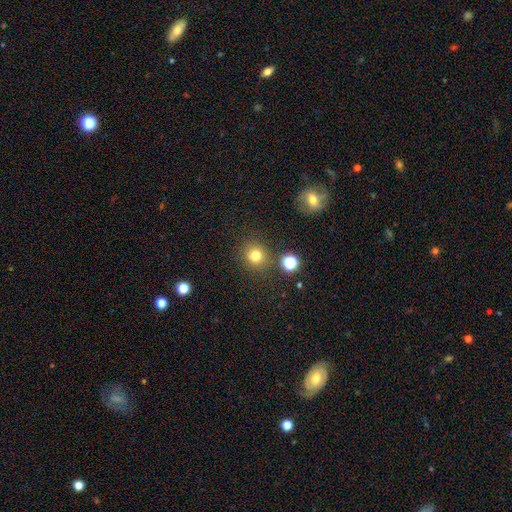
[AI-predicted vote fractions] The model was most divided on "smooth or featured": smooth: 77%, star or artifact: 16%, featured or disk: 7%. More confident: how rounded — round (88%); merging — none (83%).